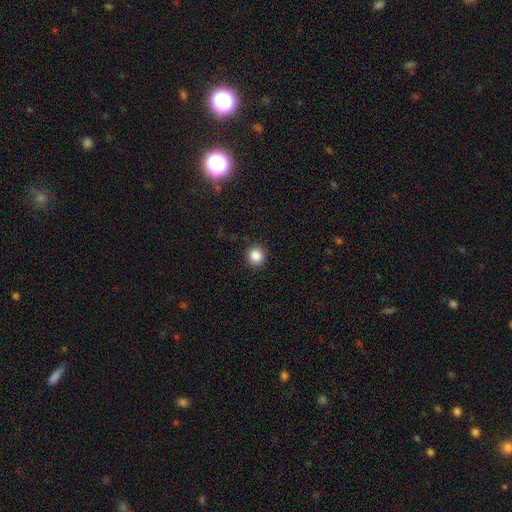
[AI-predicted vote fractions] smooth 86%, star or artifact 11%, featured or disk 4%. Down the decision tree: how rounded — round (92%); merging — none (90%).